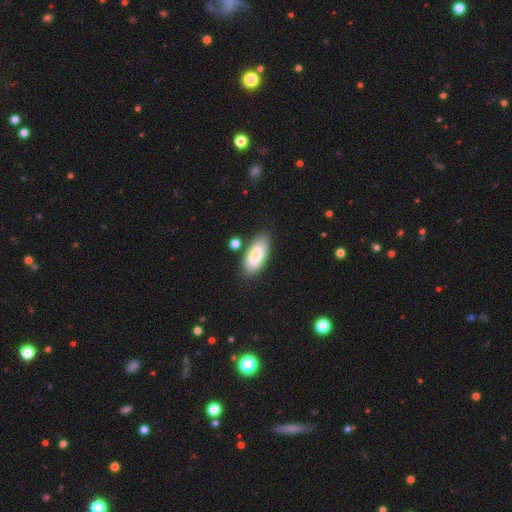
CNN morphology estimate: Smooth or featured? smooth (86%)
How rounded? in between (88%)
Merging? none (78%)